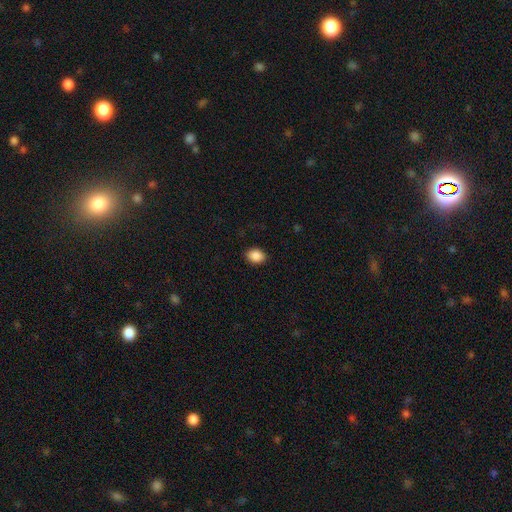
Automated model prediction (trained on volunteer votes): Smooth or featured? smooth (88%)
How rounded? in between (64%)
Merging? none (88%)